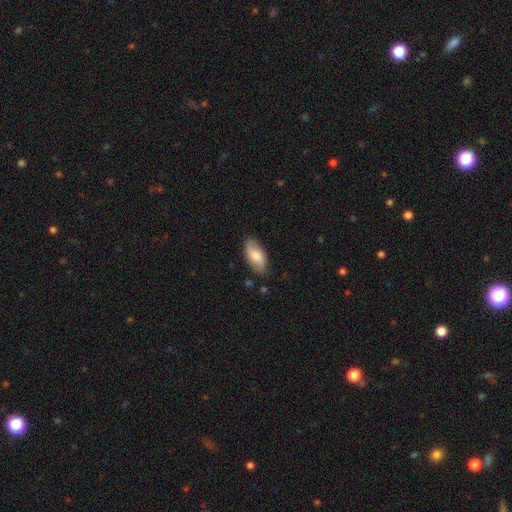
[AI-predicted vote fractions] Smooth or featured? Predicted: smooth (p=0.64). How rounded? Predicted: in between (p=0.91). Merging? Predicted: none (p=0.78).